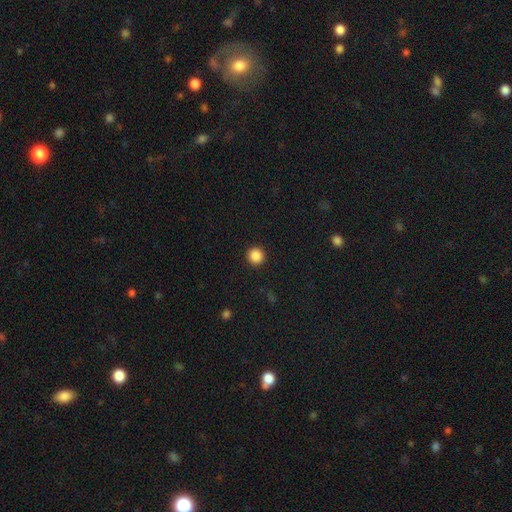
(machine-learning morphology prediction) smooth 87%, star or artifact 10%, featured or disk 3%. Down the decision tree: how rounded — round (96%); merging — none (93%).